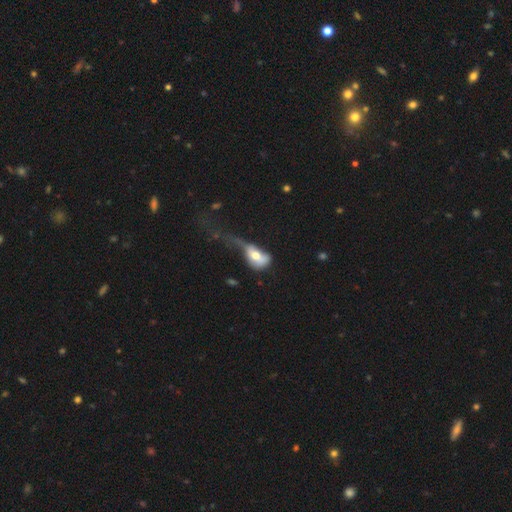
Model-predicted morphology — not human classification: Smooth or featured? Predicted: smooth (p=0.63). How rounded? Predicted: in between (p=0.79). Merging? Predicted: major disturbance (p=0.61).